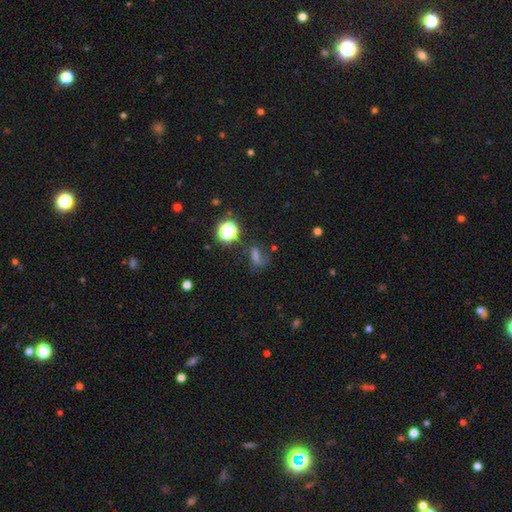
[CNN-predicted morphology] Q: Smooth or featured?
A: smooth (42%); runner-up: star or artifact (38%)
Q: Merging?
A: none (53%); runner-up: minor disturbance (20%)